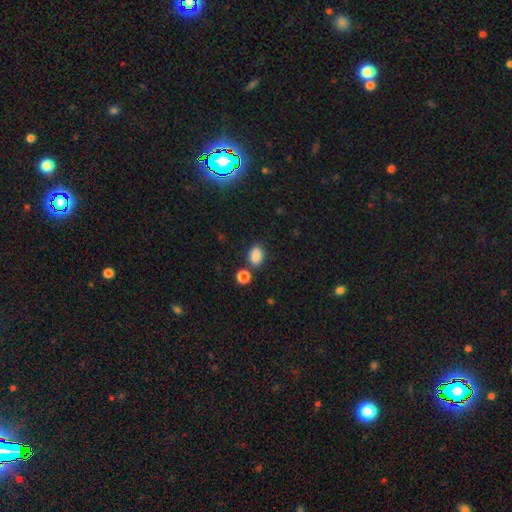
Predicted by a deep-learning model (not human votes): Q: Smooth or featured?
A: smooth (86%); runner-up: star or artifact (10%)
Q: How rounded?
A: in between (76%); runner-up: round (22%)
Q: Merging?
A: none (74%); runner-up: minor disturbance (13%)